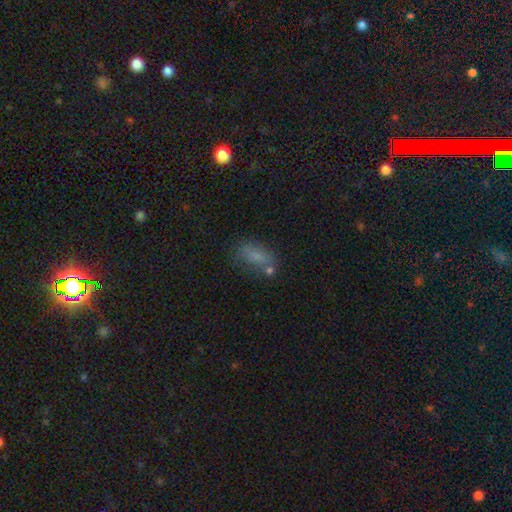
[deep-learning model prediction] smooth-or-featured: smooth: 73% | star or artifact: 15% | featured or disk: 12%
  how-rounded: in between: 81% | cigar-shaped: 13% | round: 7%
  merging: none: 55% | minor disturbance: 22% | major disturbance: 12% | merger: 11%